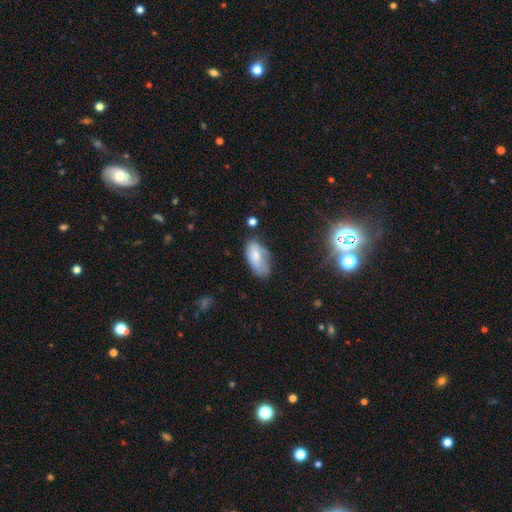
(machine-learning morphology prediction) A smooth galaxy with no disk features (72%) that is in between round and cigar-shaped (93%). Merging: none (46%).